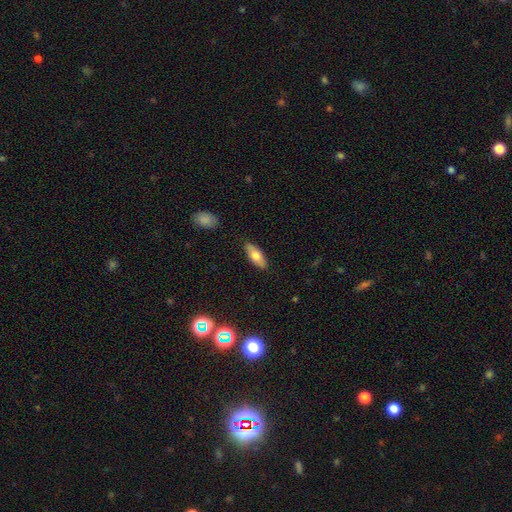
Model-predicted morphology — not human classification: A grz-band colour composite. It shows a smooth galaxy with no disk features (69%) that is in between round and cigar-shaped (77%). Merging: none (85%).